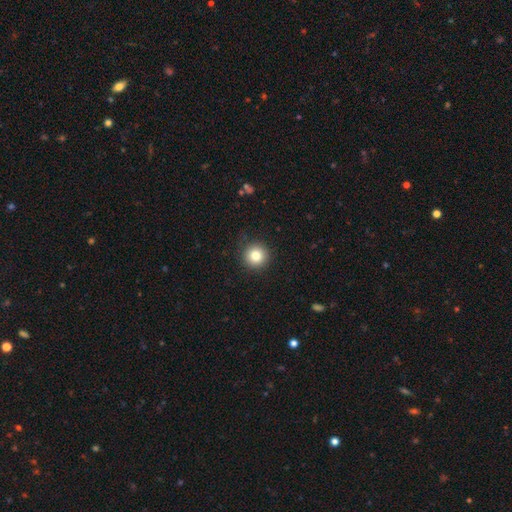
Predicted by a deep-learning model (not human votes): smooth_or_featured: smooth (p=0.81) [alt: star or artifact p=0.11]
how_rounded: round (p=0.95) [alt: in between p=0.04]
merging: none (p=0.90) [alt: minor disturbance p=0.07]